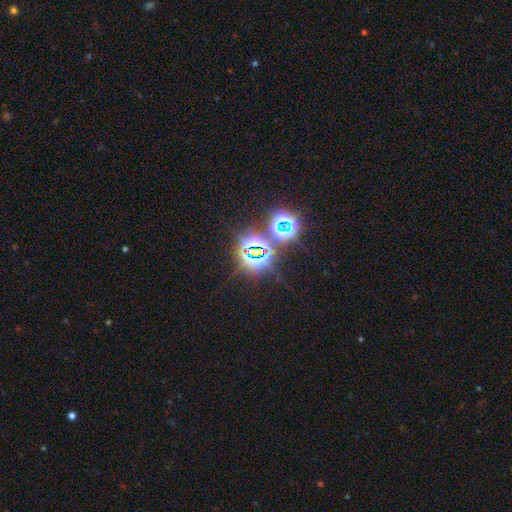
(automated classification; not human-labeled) A star or artifact, not a galaxy (81%).

Vote fractions:
- Smooth or featured? star or artifact: 81% / smooth: 12% / featured or disk: 8%